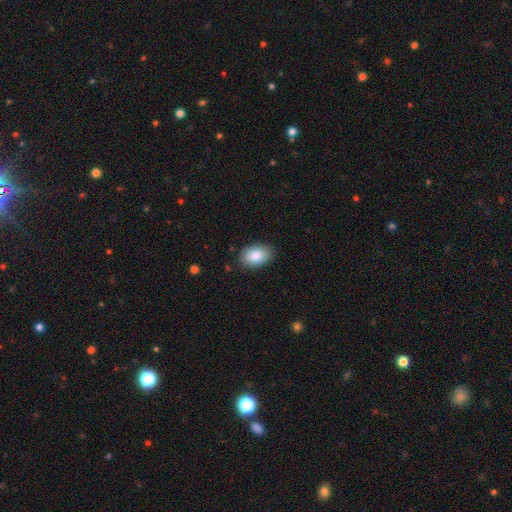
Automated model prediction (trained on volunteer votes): Smooth or featured? Predicted: smooth (p=0.87). How rounded? Predicted: in between (p=0.89). Merging? Predicted: none (p=0.85).